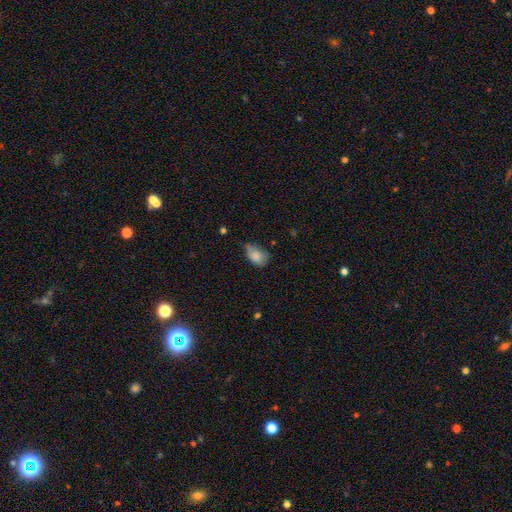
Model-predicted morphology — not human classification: A smooth galaxy with no disk features (81%) that is in between round and cigar-shaped (84%).

Vote fractions:
- Smooth or featured? smooth: 81% / featured or disk: 10% / star or artifact: 8%
- How rounded? in between: 84% / round: 15% / cigar-shaped: 2%
- Merging? minor disturbance: 46% / none: 38% / major disturbance: 14% / merger: 3%